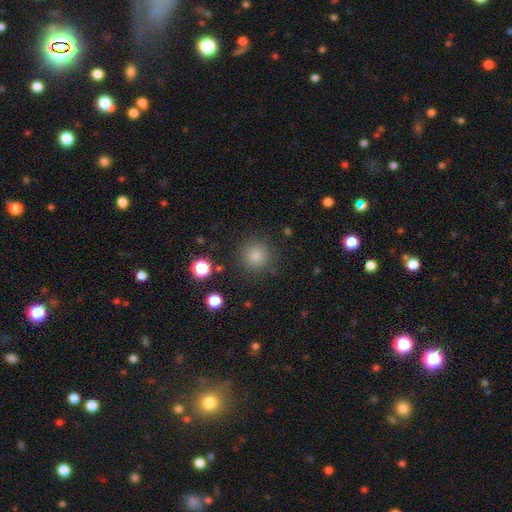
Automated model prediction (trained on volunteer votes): smooth_or_featured: smooth (p=0.80) [alt: star or artifact p=0.15]
how_rounded: round (p=0.95) [alt: in between p=0.04]
merging: none (p=0.89) [alt: minor disturbance p=0.07]